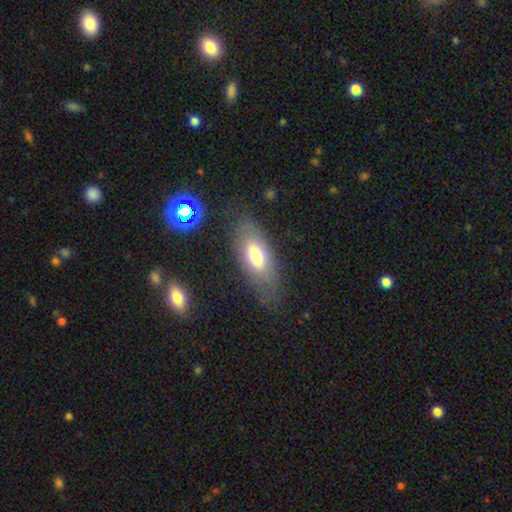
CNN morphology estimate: The model was most divided on "smooth or featured": smooth: 69%, featured or disk: 22%, star or artifact: 9%. More confident: how rounded — in between (83%); merging — none (70%).